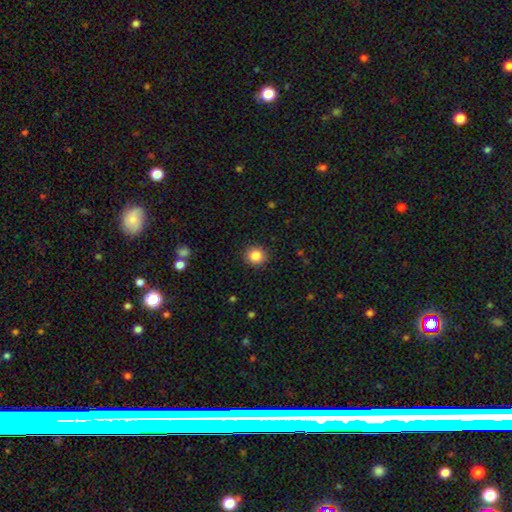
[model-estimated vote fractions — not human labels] Smooth or featured? Predicted: smooth (p=0.86). How rounded? Predicted: round (p=0.90). Merging? Predicted: none (p=0.91).